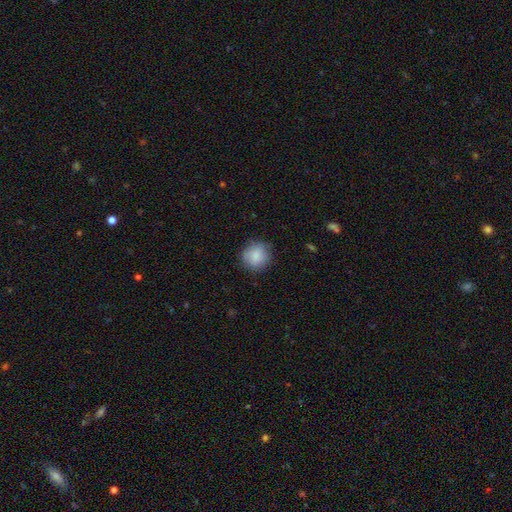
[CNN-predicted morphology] The model was most divided on "merging": none: 81%, minor disturbance: 15%, major disturbance: 4%, merger: 1%. More confident: smooth or featured — smooth (85%); how rounded — round (84%).